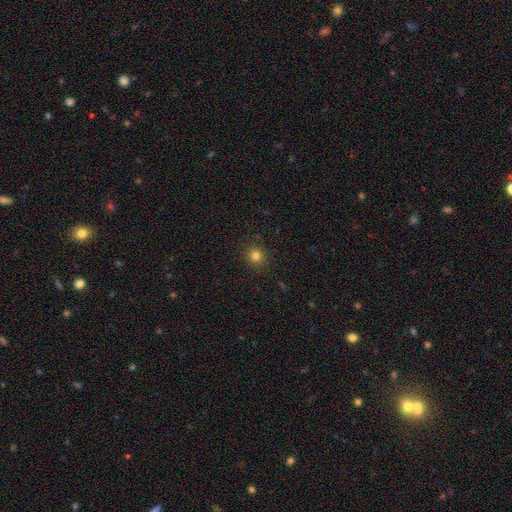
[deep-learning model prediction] This is clearly a smooth galaxy (80%). How rounded: clearly round (91%). Merging: clearly none (91%).